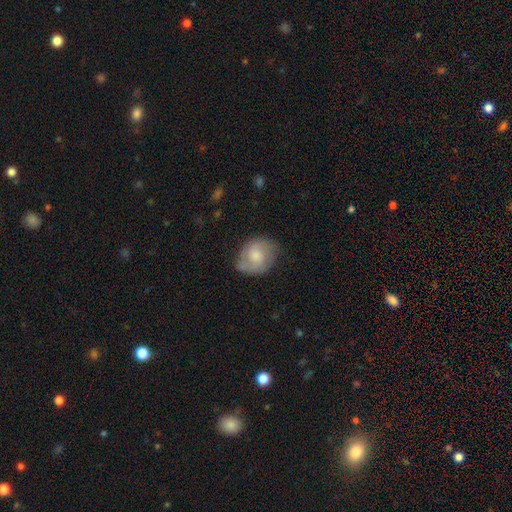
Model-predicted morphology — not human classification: This appears to be a featured or disk galaxy (47%). Merging: none (64%).